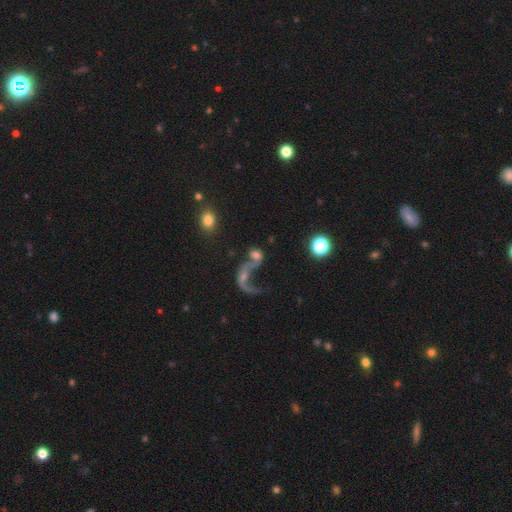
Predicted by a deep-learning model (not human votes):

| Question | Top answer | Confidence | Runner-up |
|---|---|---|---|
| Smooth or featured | featured or disk | 46% | smooth (37%) |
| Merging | merger | 49% | major disturbance (29%) |